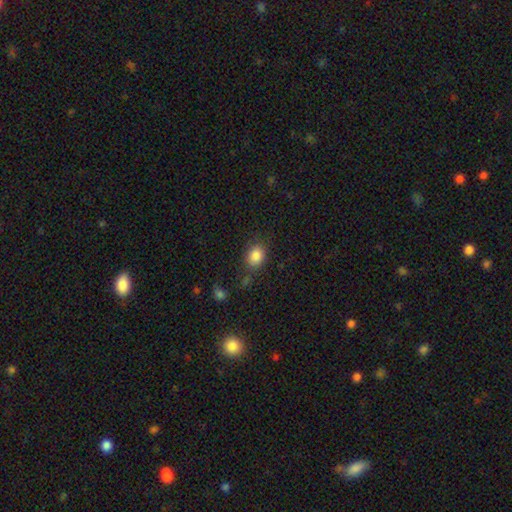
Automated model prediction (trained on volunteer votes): This appears to be a smooth galaxy with no disk features (85%) that is in between round and cigar-shaped (53%). Merging: none (74%).